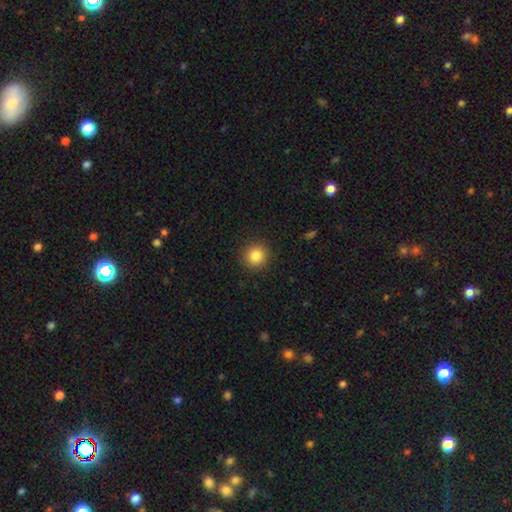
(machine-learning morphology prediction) Q: Smooth or featured?
A: smooth (85%); runner-up: star or artifact (10%)
Q: How rounded?
A: round (93%); runner-up: in between (6%)
Q: Merging?
A: none (91%); runner-up: minor disturbance (6%)